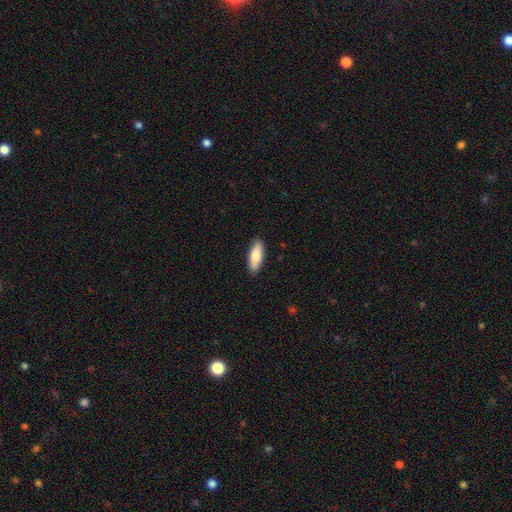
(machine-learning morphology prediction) Smooth or featured: smooth — 82% (featured or disk — 13%)
How rounded: in between — 65% (cigar-shaped — 33%)
Merging: none — 89% (minor disturbance — 8%)